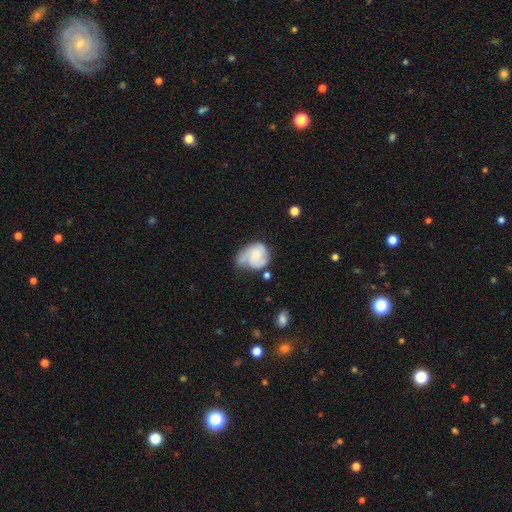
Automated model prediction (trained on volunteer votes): Morphology: type=featured or disk (55%); edge-on=no (98%); bar=no (71%); spiral arms=yes (82%); bulge=small (42%); merging=minor disturbance (34%, tied with none).